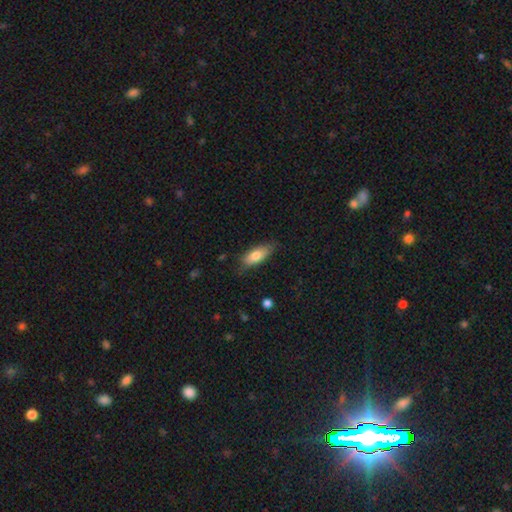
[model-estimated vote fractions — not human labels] A smooth galaxy with no disk features (77%) that is in between round and cigar-shaped (74%).

Vote fractions:
- Smooth or featured? smooth: 77% / featured or disk: 16% / star or artifact: 7%
- How rounded? in between: 74% / cigar-shaped: 24% / round: 2%
- Merging? none: 74% / minor disturbance: 21% / major disturbance: 4% / merger: 1%